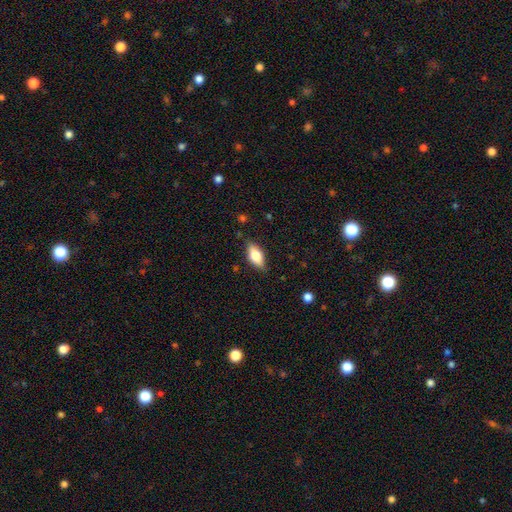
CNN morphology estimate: type=smooth (66%); roundness=in between (83%); merging=none (82%).